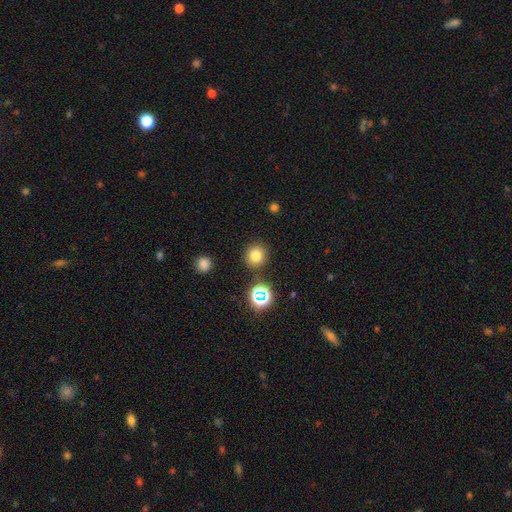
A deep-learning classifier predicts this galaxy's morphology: type=smooth (77%); roundness=round (89%); merging=none (86%).